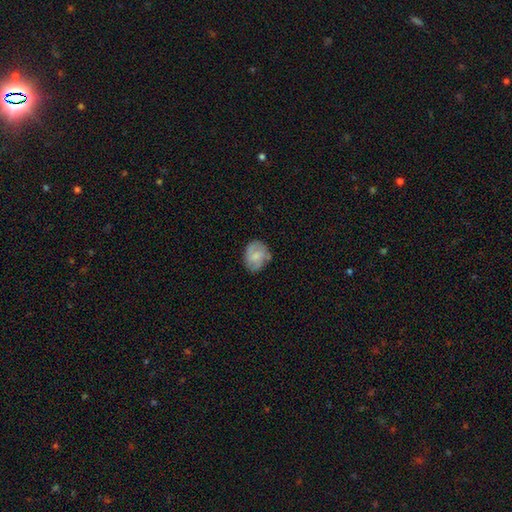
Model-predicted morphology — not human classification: type=smooth (58%); roundness=round (50%); merging=none (64%).